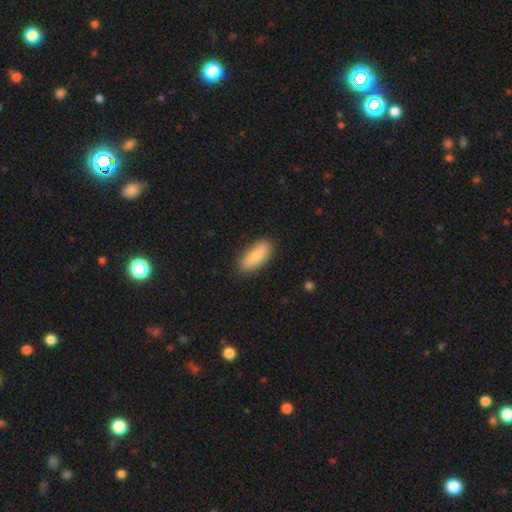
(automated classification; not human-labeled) smooth 84%, featured or disk 10%, star or artifact 6%. Down the decision tree: how rounded — in between (71%); merging — none (85%).